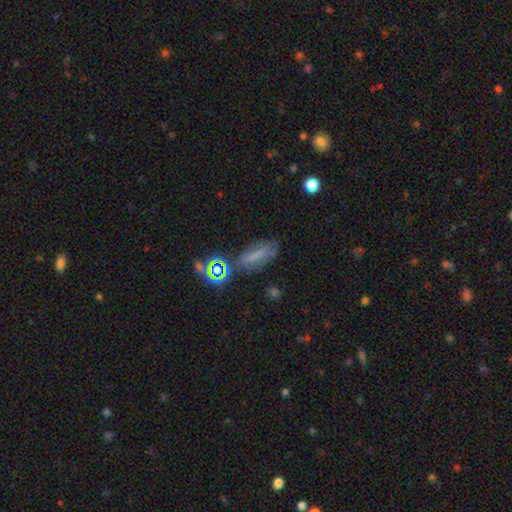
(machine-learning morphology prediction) smooth_or_featured: smooth (p=0.49) [alt: star or artifact p=0.26]
merging: none (p=0.61) [alt: minor disturbance p=0.21]